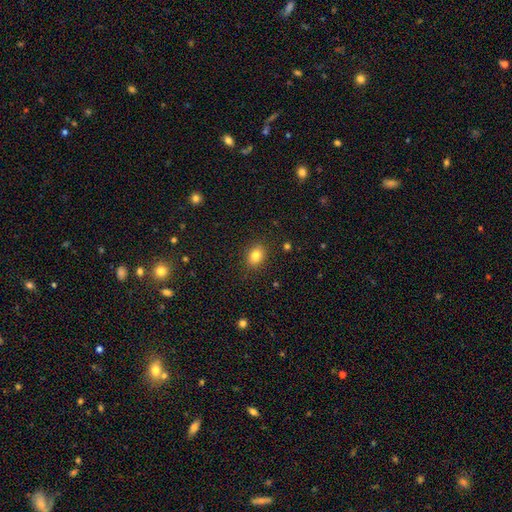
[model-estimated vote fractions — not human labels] This appears to be a smooth galaxy with no disk features (82%) that is in between round and cigar-shaped (59%). Merging: none (88%).